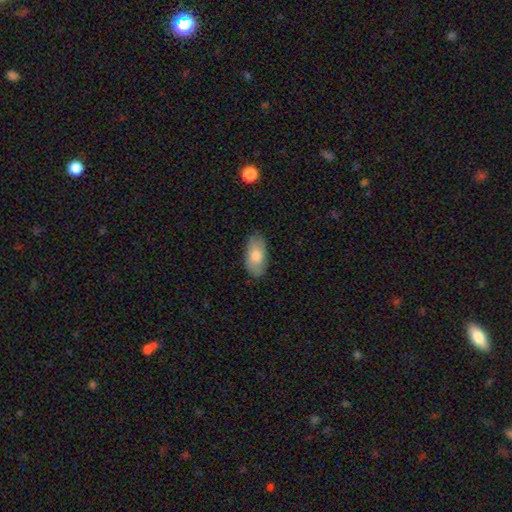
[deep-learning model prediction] Smooth or featured? Predicted: smooth (p=0.80). How rounded? Predicted: in between (p=0.93). Merging? Predicted: none (p=0.85).